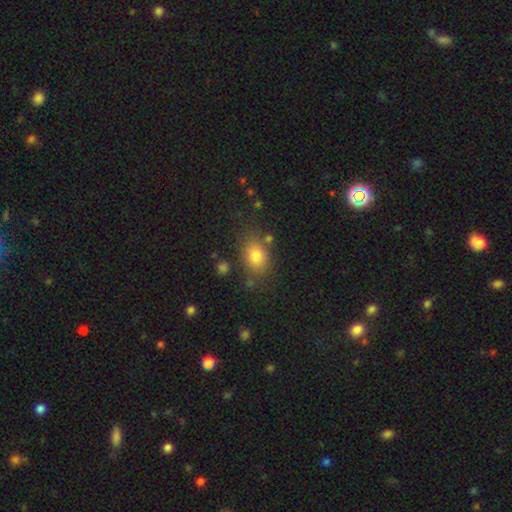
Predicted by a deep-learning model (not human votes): smooth_or_featured: smooth (p=0.79) [alt: star or artifact p=0.12]
how_rounded: in between (p=0.68) [alt: round p=0.30]
merging: none (p=0.76) [alt: minor disturbance p=0.14]